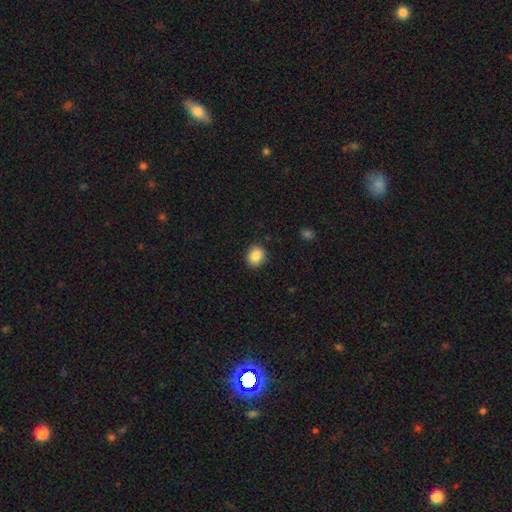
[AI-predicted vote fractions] Smooth or featured? smooth (87%)
How rounded? round (69%)
Merging? none (90%)